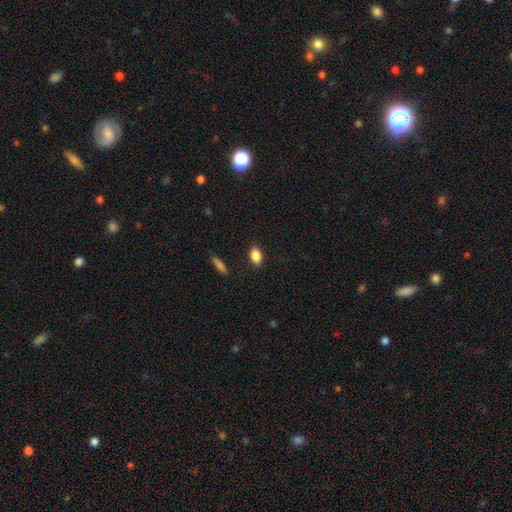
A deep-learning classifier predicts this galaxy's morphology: type=smooth (86%); roundness=in between (86%); merging=none (86%).